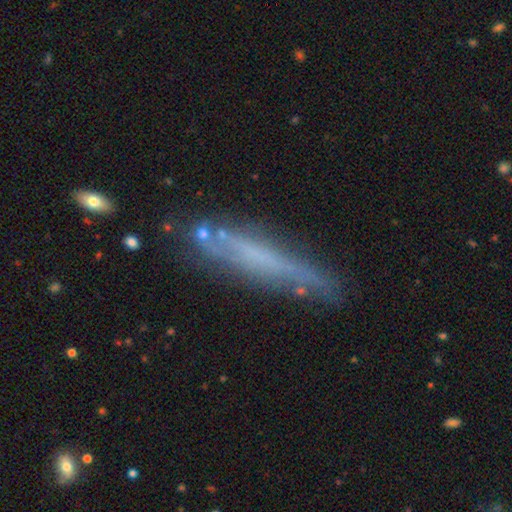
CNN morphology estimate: Q: Smooth or featured?
A: featured or disk (53%); runner-up: smooth (38%)
Q: Edge-on disk?
A: yes (75%); runner-up: no (25%)
Q: Merging?
A: none (70%); runner-up: minor disturbance (21%)